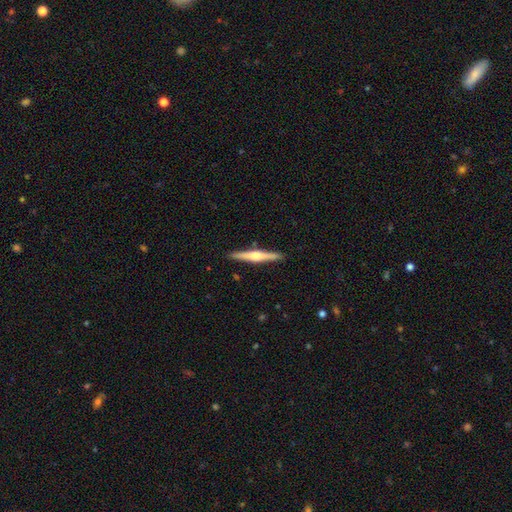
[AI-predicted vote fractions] Smooth or featured? Predicted: featured or disk (p=0.66). Edge-on disk? Predicted: yes (p=0.98). Edge-on bulge? Predicted: rounded (p=0.82). Merging? Predicted: none (p=0.91).